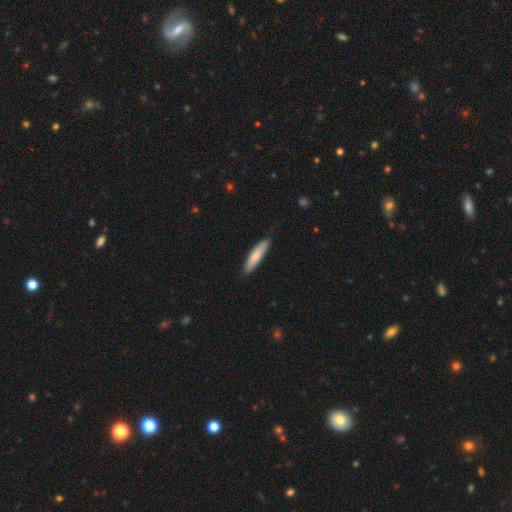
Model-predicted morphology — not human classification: Smooth or featured? smooth (81%)
How rounded? cigar-shaped (78%)
Merging? none (86%)